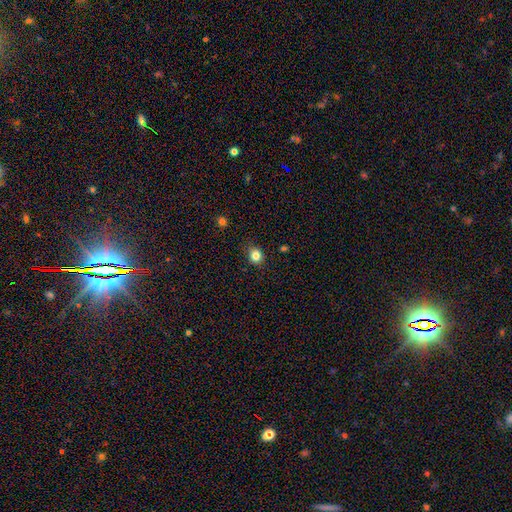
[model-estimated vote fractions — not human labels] smooth_or_featured: smooth (p=0.83) [alt: star or artifact p=0.12]
how_rounded: round (p=0.73) [alt: in between p=0.26]
merging: none (p=0.86) [alt: minor disturbance p=0.11]